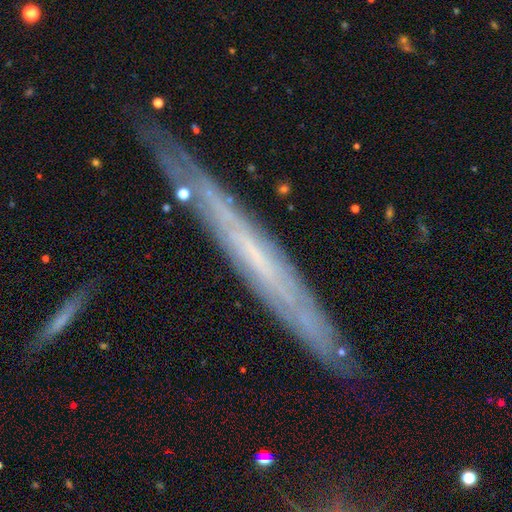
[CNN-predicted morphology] Smooth or featured: featured or disk — 65% (smooth — 24%)
Edge-on disk: yes — 85% (no — 15%)
Edge-on bulge: none — 85% (rounded — 11%)
Merging: none — 84% (minor disturbance — 12%)